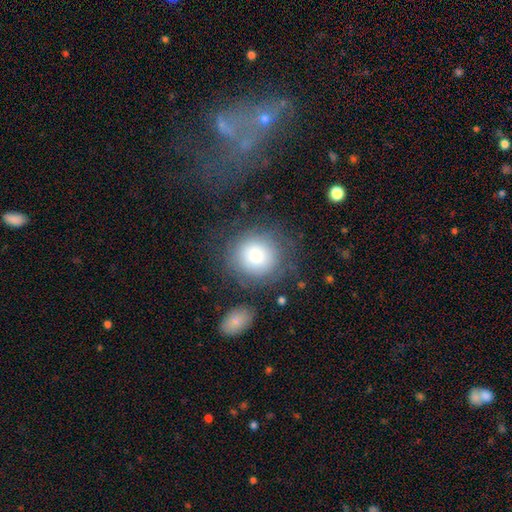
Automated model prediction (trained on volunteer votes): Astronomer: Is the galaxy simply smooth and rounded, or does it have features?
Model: smooth — 69%.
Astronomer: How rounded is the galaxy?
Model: round — 88%.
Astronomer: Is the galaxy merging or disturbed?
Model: none — 70%.